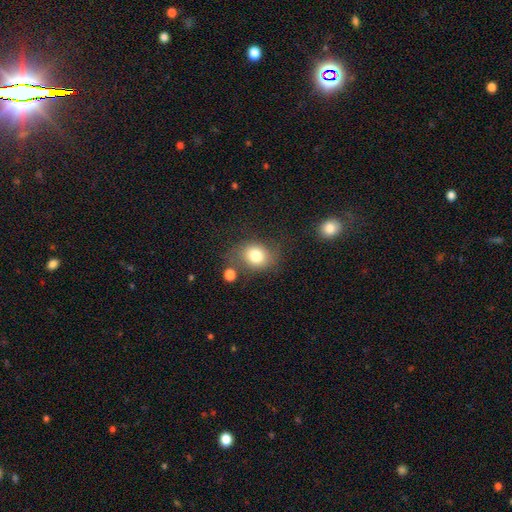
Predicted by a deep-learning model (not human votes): Q: Smooth or featured?
A: smooth (79%); runner-up: featured or disk (11%)
Q: How rounded?
A: round (57%); runner-up: in between (42%)
Q: Merging?
A: none (63%); runner-up: minor disturbance (20%)